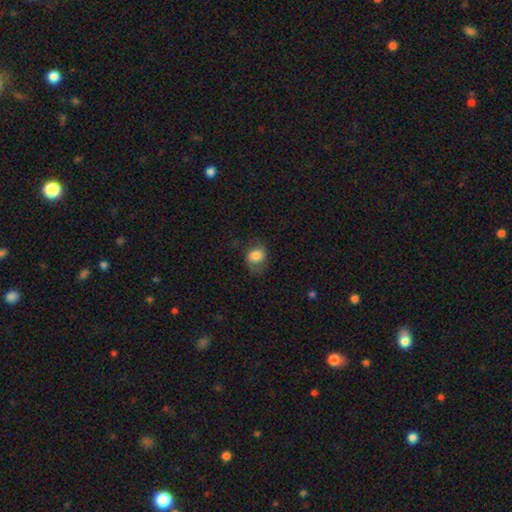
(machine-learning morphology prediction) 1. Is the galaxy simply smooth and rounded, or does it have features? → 73% smooth, 19% featured or disk, 8% star or artifact.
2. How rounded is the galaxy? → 54% in between, 44% round, 1% cigar-shaped.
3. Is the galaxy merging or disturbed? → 59% none, 25% minor disturbance, 15% major disturbance, 1% merger.